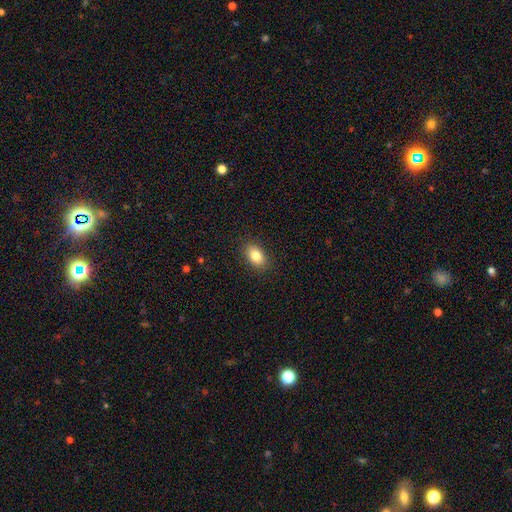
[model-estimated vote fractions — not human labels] Smooth or featured? Predicted: smooth (p=0.83). How rounded? Predicted: in between (p=0.87). Merging? Predicted: none (p=0.89).